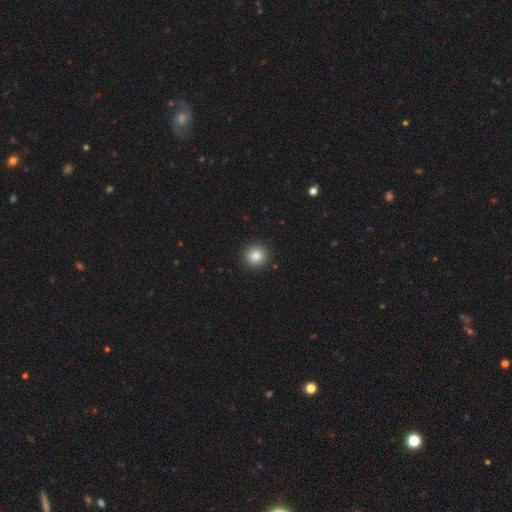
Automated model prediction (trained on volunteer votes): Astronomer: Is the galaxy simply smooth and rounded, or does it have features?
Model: smooth — 84%.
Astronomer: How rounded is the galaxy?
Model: round — 90%.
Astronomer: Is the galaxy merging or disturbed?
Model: none — 92%.